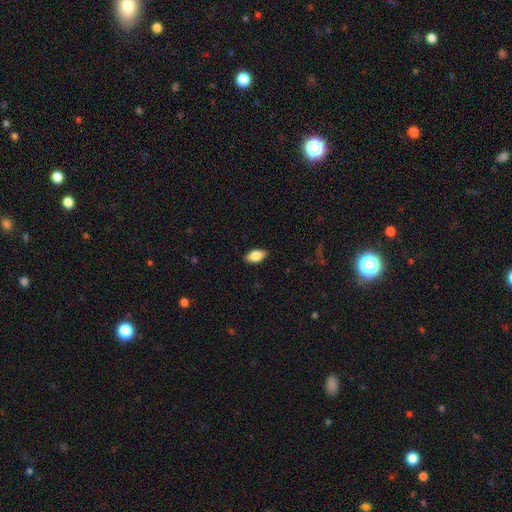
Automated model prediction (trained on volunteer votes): This is clearly a smooth galaxy (84%). How rounded: clearly in between (92%). Merging: clearly none (87%).